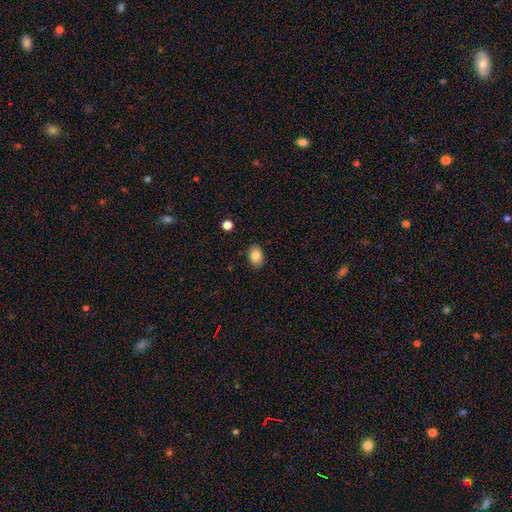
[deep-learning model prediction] This appears to be a smooth galaxy with no disk features (84%) that is in between round and cigar-shaped (78%). Merging: none (88%).